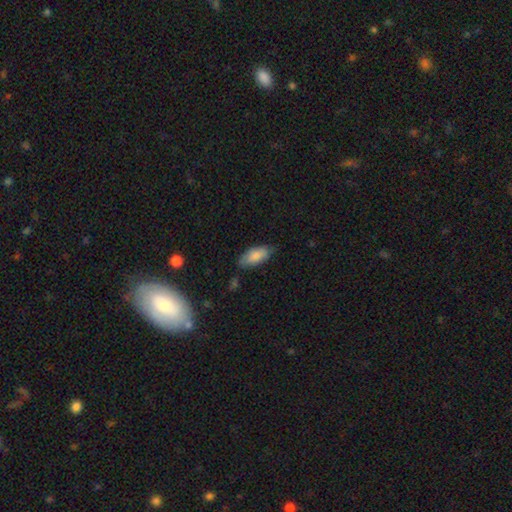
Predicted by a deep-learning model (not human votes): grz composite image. It shows a smooth galaxy with no disk features (82%) that is in between round and cigar-shaped (86%). Merging: none (70%).